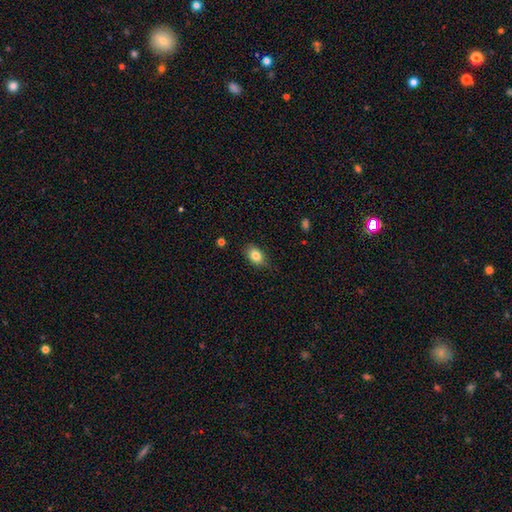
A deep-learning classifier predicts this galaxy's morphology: Overall: smooth (83%). How rounded: in between (81%). Merging: none (78%).